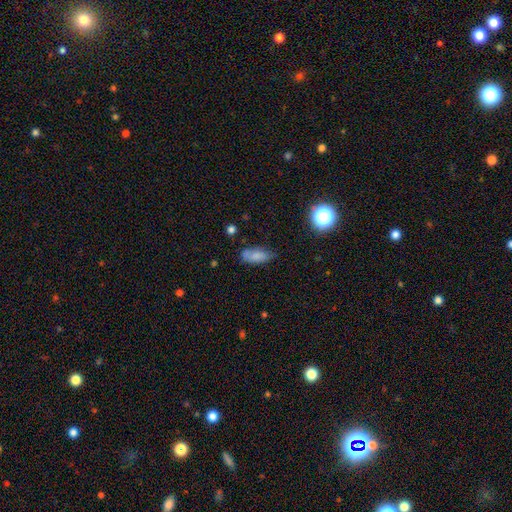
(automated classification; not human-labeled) This appears to be a smooth galaxy with no disk features (79%) that is in between round and cigar-shaped (83%). Merging: none (59%).